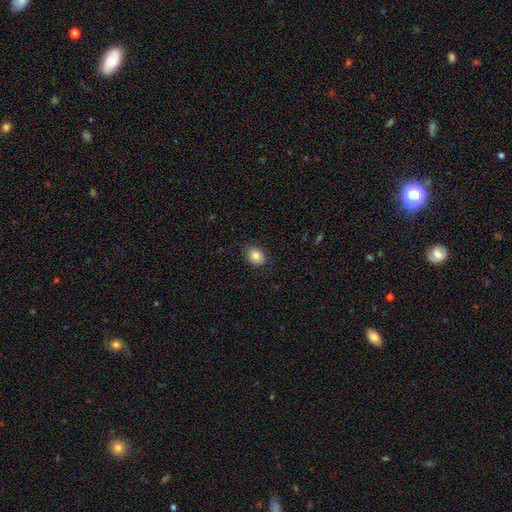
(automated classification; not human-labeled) smooth-or-featured: smooth: 84% | star or artifact: 9% | featured or disk: 7%
  how-rounded: in between: 50% | round: 49% | cigar-shaped: 1%
  merging: none: 83% | minor disturbance: 13% | major disturbance: 3% | merger: 1%